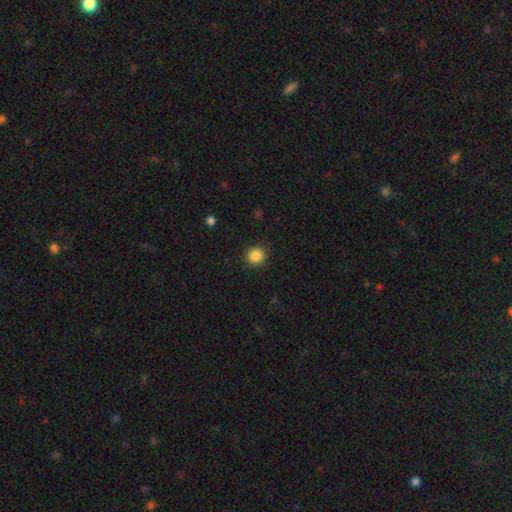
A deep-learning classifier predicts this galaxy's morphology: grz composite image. It shows a smooth galaxy with no disk features (86%) that is round (92%). Merging: none (91%).